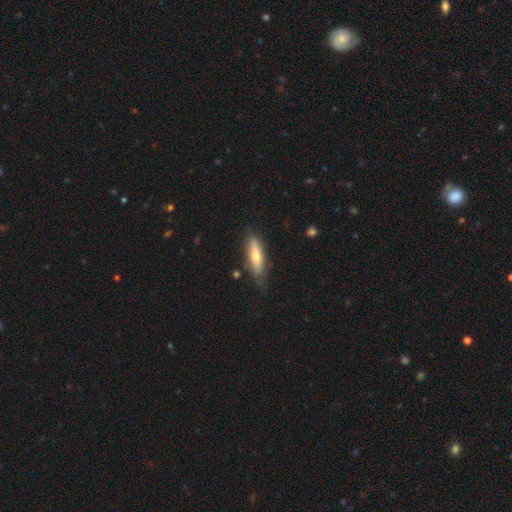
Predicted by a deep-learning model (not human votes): Smooth or featured? Predicted: smooth (p=0.63). How rounded? Predicted: cigar-shaped (p=0.59). Merging? Predicted: none (p=0.74).